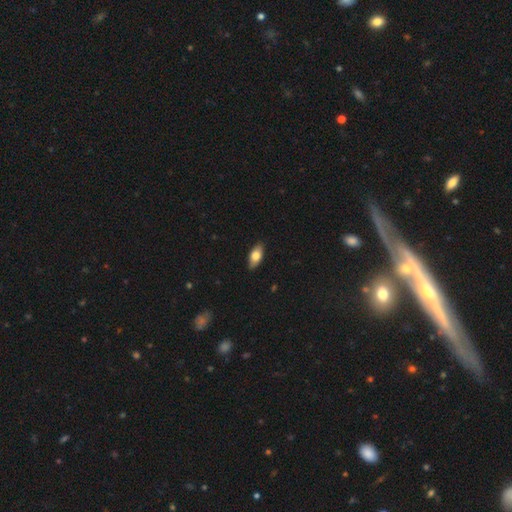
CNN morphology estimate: smooth-or-featured: smooth: 73% | featured or disk: 21% | star or artifact: 6%
  how-rounded: in between: 87% | cigar-shaped: 10% | round: 3%
  merging: none: 88% | minor disturbance: 9% | major disturbance: 2% | merger: 1%